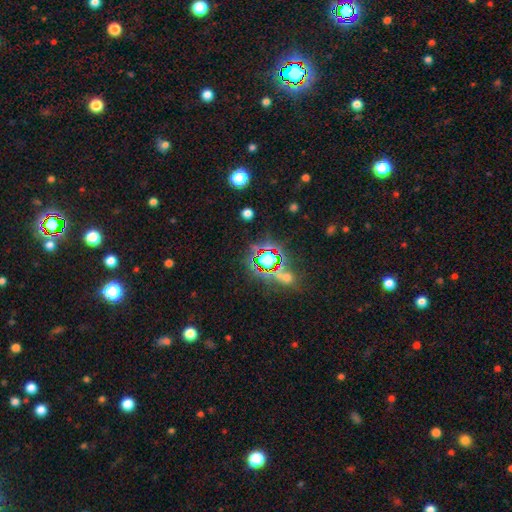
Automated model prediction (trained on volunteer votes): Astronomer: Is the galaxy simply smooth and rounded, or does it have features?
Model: star or artifact — 72%.